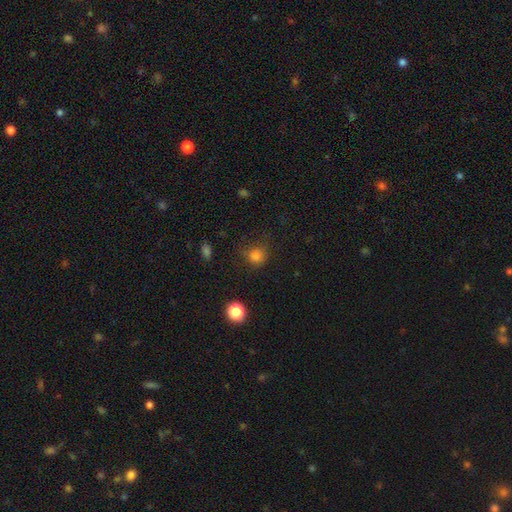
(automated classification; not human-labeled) Morphology: type=smooth (79%); roundness=round (86%); merging=none (69%).